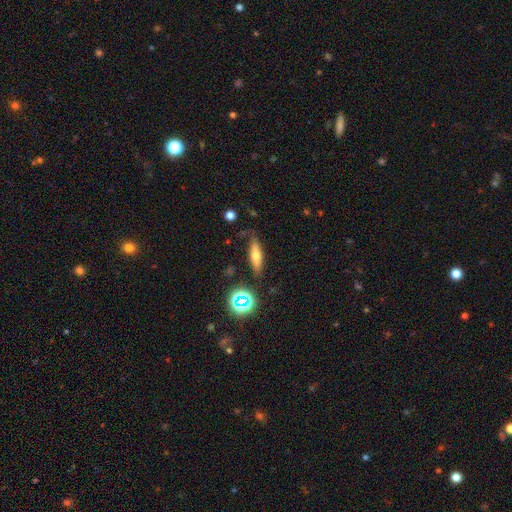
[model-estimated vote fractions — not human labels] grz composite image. It shows a smooth galaxy with no disk features (58%) that is cigar-shaped (59%). Merging: none (75%).